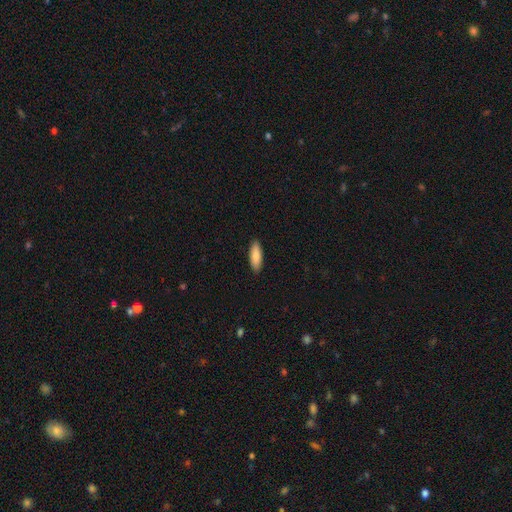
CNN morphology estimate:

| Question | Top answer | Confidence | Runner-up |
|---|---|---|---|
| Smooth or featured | smooth | 85% | featured or disk (10%) |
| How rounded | in between | 62% | cigar-shaped (37%) |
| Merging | none | 90% | minor disturbance (7%) |